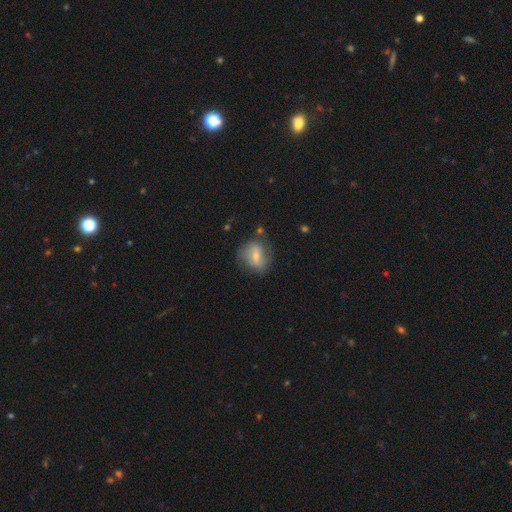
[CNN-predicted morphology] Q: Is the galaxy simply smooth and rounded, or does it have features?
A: smooth — 47%.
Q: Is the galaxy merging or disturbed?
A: none — 62%.